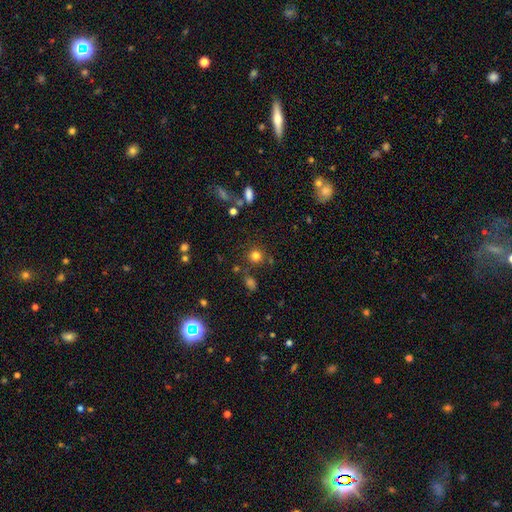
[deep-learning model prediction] Smooth or featured? Predicted: smooth (p=0.77). How rounded? Predicted: round (p=0.90). Merging? Predicted: none (p=0.81).